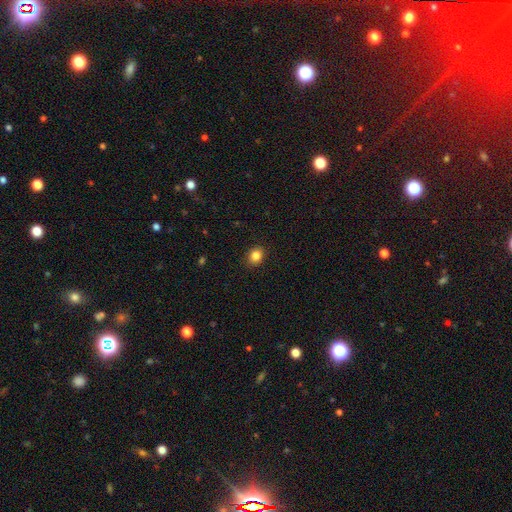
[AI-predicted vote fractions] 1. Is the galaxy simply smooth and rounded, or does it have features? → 85% smooth, 11% star or artifact, 5% featured or disk.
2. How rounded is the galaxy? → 62% round, 37% in between, 1% cigar-shaped.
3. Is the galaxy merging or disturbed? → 89% none, 8% minor disturbance, 2% major disturbance, 1% merger.